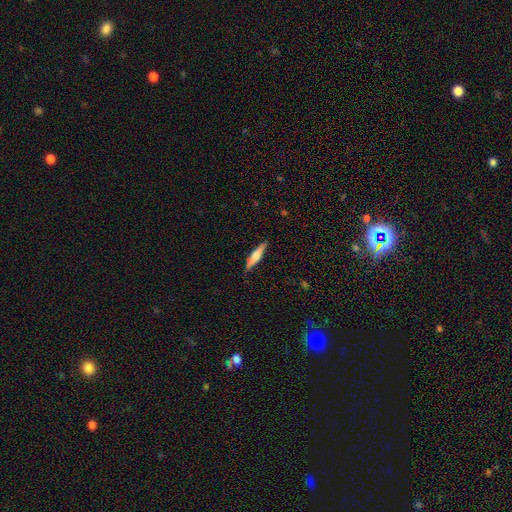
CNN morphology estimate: Q: Smooth or featured?
A: smooth (51%); runner-up: featured or disk (43%)
Q: How rounded?
A: cigar-shaped (83%); runner-up: in between (15%)
Q: Merging?
A: none (85%); runner-up: minor disturbance (11%)